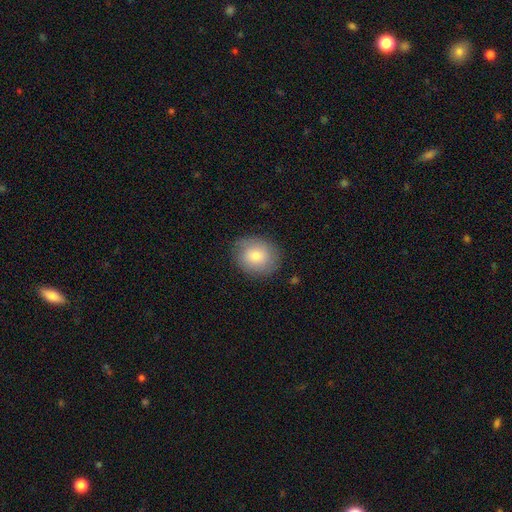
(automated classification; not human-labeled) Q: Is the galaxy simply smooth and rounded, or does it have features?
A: smooth — 76%.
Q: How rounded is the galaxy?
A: round — 68%.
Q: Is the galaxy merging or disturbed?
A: none — 82%.